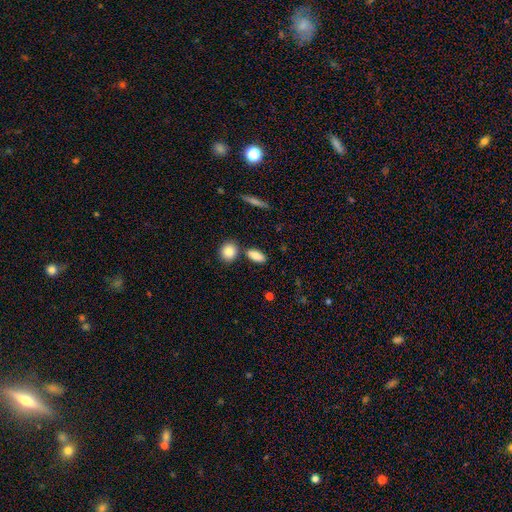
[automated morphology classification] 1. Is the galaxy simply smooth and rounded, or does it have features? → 86% smooth, 7% star or artifact, 6% featured or disk.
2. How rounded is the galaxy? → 78% in between, 13% cigar-shaped, 9% round.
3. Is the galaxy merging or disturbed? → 74% none, 12% merger, 10% minor disturbance, 3% major disturbance.